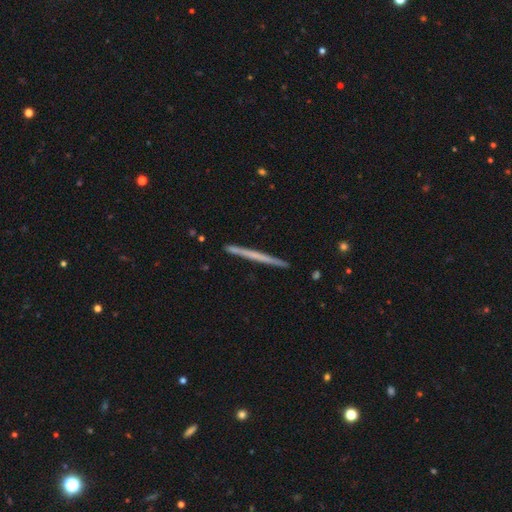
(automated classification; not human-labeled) A featured or disk galaxy (51%) viewed edge-on (98%).

Vote fractions:
- Smooth or featured? featured or disk: 51% / smooth: 44% / star or artifact: 5%
- Edge-on disk? yes: 98% / no: 2%
- Merging? none: 91% / minor disturbance: 6% / merger: 1% / major disturbance: 1%